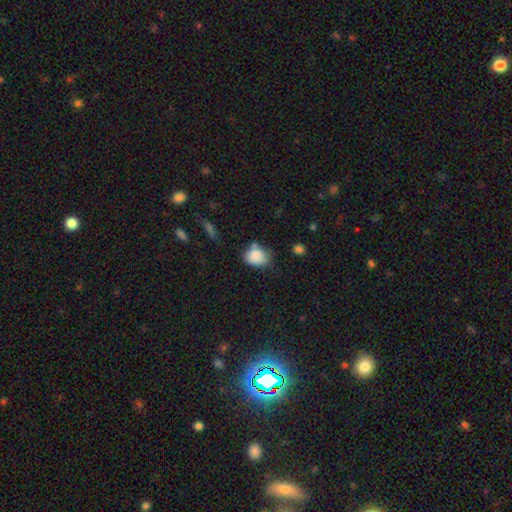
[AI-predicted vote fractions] The model was most divided on "how rounded": in between: 53%, round: 46%, cigar-shaped: 1%. More confident: smooth or featured — smooth (84%); merging — none (53%).